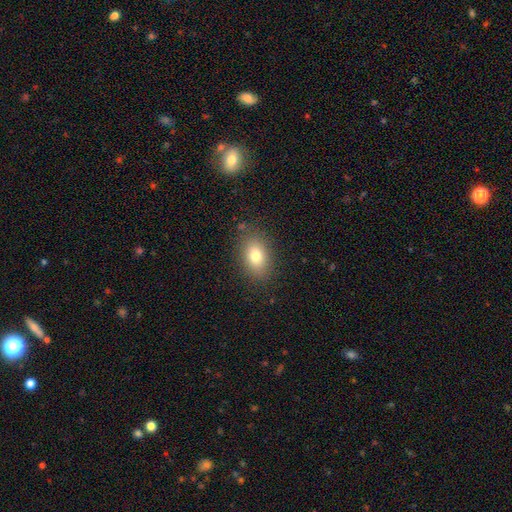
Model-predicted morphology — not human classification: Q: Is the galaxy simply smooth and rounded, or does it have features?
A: smooth — 78%.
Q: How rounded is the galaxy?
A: in between — 84%.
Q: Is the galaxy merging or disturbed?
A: none — 84%.